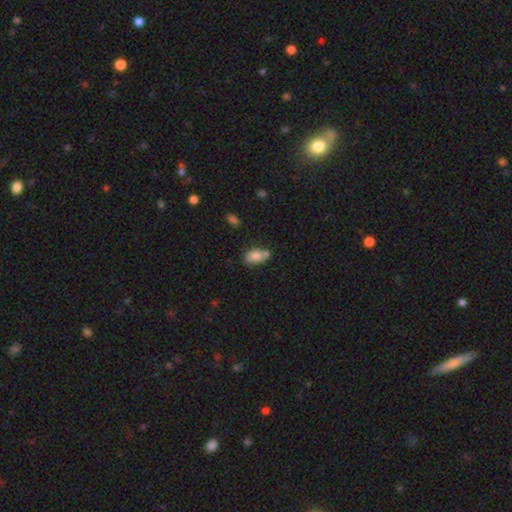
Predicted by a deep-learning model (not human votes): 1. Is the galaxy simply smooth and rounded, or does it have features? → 74% smooth, 17% featured or disk, 8% star or artifact.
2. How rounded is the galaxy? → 88% in between, 8% round, 4% cigar-shaped.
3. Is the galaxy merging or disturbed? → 49% none, 23% minor disturbance, 22% merger, 6% major disturbance.